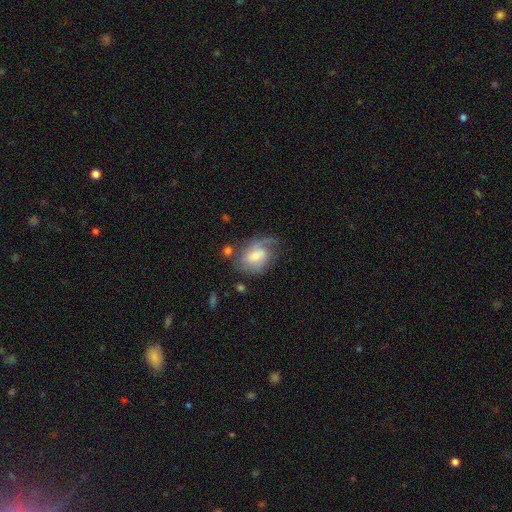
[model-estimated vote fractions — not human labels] smooth-or-featured: featured or disk: 50% | smooth: 42% | star or artifact: 8%
  disk-edge-on: no: 96% | yes: 4%
  merging: none: 45% | minor disturbance: 28% | major disturbance: 21% | merger: 6%